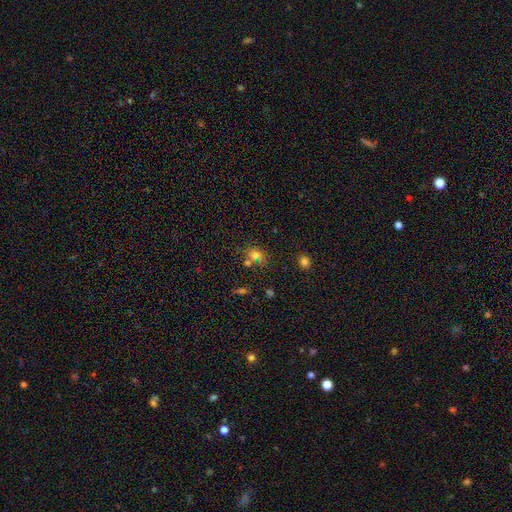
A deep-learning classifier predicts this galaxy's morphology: This appears to be a smooth galaxy with no disk features (67%) that is round (60%). Merging: none (62%).